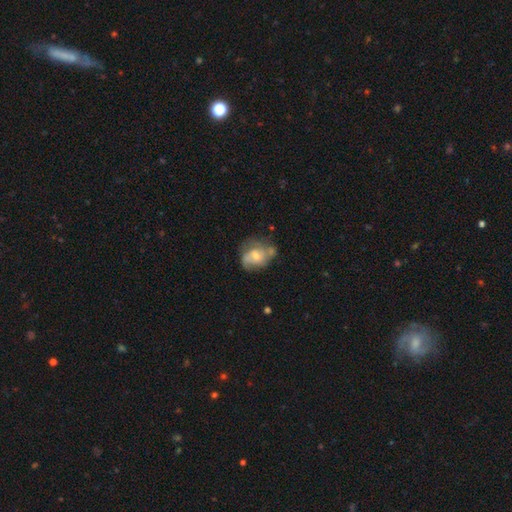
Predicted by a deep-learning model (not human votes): The model was most divided on "bulge size": small: 45%, moderate: 44%, none: 5%, large: 4%, dominant: 1%. Remaining: edge-on disk — no (97%); spiral arms — yes (74%); bar — no (64%); smooth or featured — featured or disk (57%); merging — none (47%).